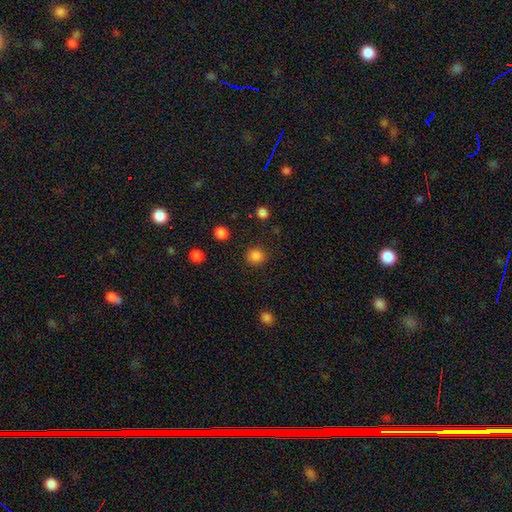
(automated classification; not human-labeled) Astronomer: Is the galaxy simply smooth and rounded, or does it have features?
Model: smooth — 84%.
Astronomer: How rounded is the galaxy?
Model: round — 90%.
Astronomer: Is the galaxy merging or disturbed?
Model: none — 88%.